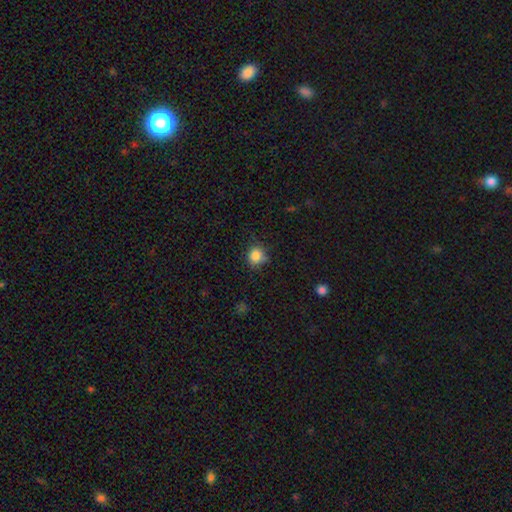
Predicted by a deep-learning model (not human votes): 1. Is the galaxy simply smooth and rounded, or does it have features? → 85% smooth, 11% star or artifact, 4% featured or disk.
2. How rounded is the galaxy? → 84% round, 15% in between, 1% cigar-shaped.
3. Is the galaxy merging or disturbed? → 77% none, 17% minor disturbance, 4% major disturbance, 3% merger.